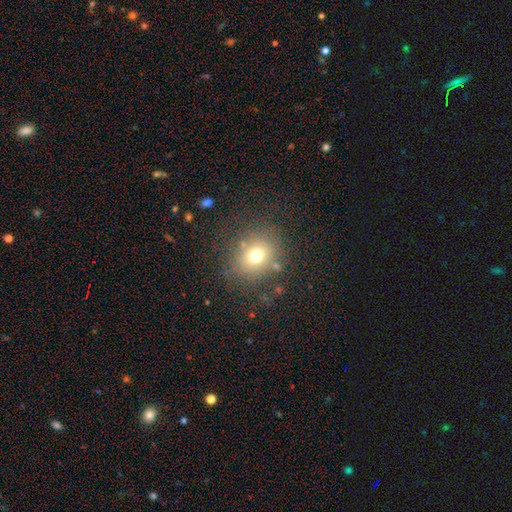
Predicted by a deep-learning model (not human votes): A smooth galaxy with no disk features (70%) that is round (70%).

Vote fractions:
- Smooth or featured? smooth: 70% / star or artifact: 17% / featured or disk: 14%
- How rounded? round: 70% / in between: 29% / cigar-shaped: 1%
- Merging? none: 77% / minor disturbance: 12% / major disturbance: 7% / merger: 4%